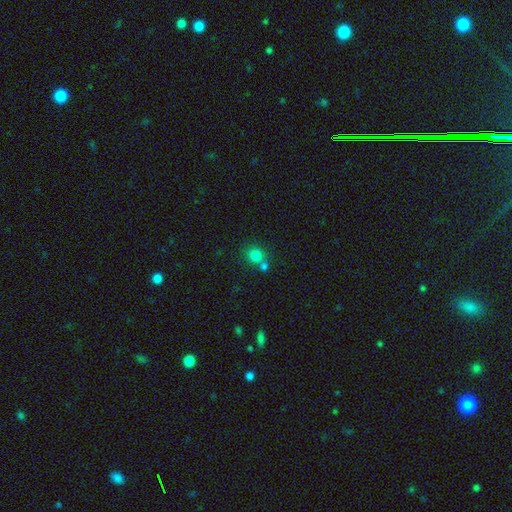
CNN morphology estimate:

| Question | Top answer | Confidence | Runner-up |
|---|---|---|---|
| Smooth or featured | smooth | 81% | star or artifact (13%) |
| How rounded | round | 85% | in between (14%) |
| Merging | none | 57% | merger (33%) |